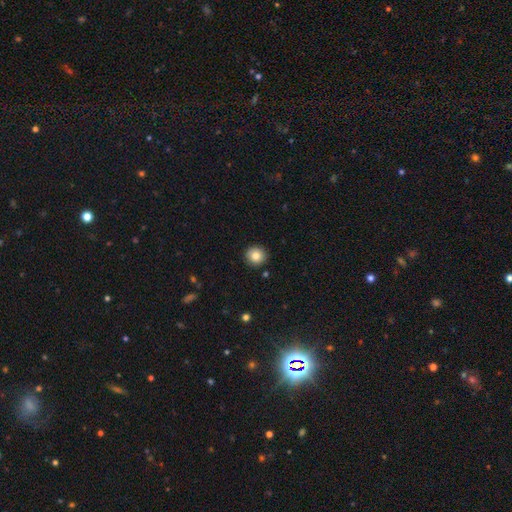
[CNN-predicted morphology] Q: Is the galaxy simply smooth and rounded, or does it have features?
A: smooth — 84%.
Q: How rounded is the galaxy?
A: round — 92%.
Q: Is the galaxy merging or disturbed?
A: none — 91%.